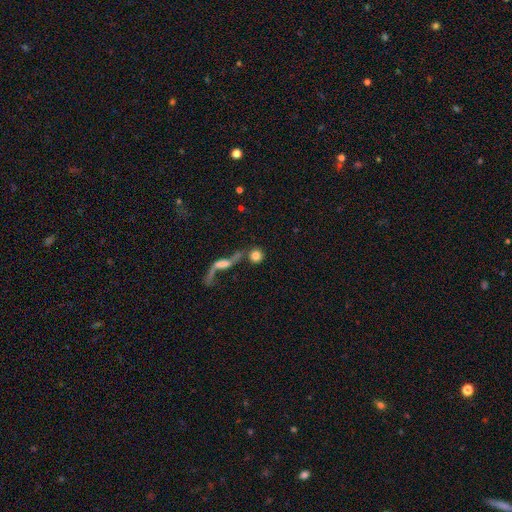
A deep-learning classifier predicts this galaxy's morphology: Smooth or featured? Predicted: smooth (p=0.76). How rounded? Predicted: round (p=0.89). Merging? Predicted: none (p=0.56).